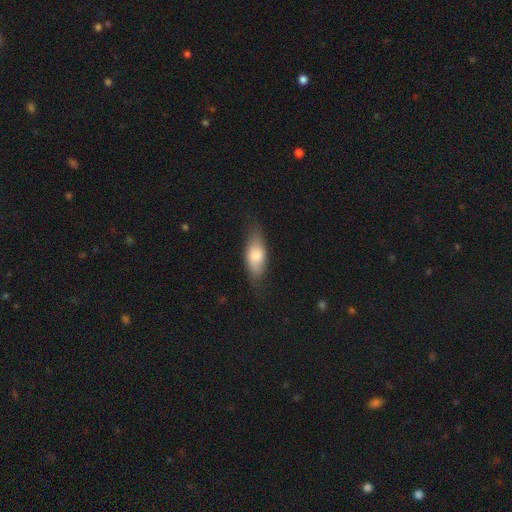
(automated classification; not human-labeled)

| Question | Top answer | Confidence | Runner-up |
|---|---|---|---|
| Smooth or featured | smooth | 74% | featured or disk (20%) |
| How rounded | in between | 77% | cigar-shaped (20%) |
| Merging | none | 69% | minor disturbance (24%) |